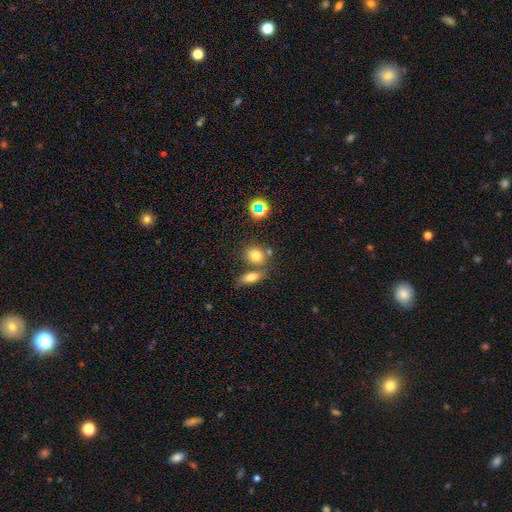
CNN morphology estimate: Overall: smooth (74%). How rounded: round (49%; in between 48%). Merging: none (57%; merger 29%).